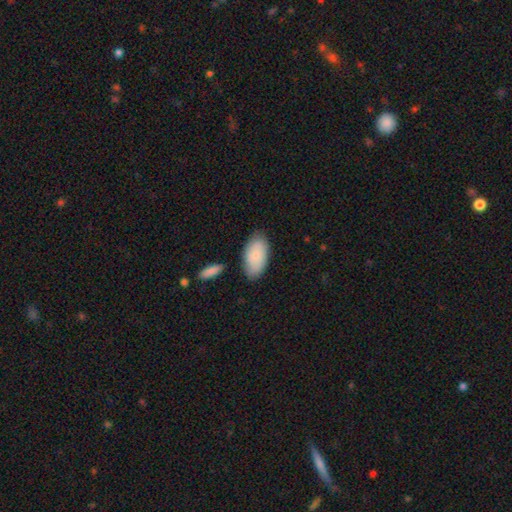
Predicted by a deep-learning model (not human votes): smooth 82%, featured or disk 13%, star or artifact 6%. Down the decision tree: how rounded — in between (95%); merging — none (77%).